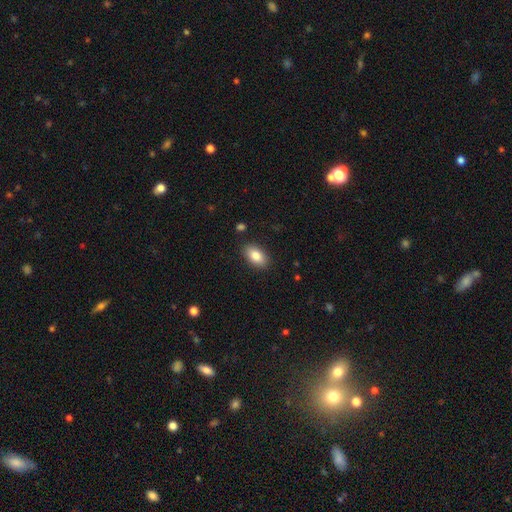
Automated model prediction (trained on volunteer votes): A smooth galaxy with no disk features (84%) that is in between round and cigar-shaped (92%).

Vote fractions:
- Smooth or featured? smooth: 84% / featured or disk: 8% / star or artifact: 7%
- How rounded? in between: 92% / round: 5% / cigar-shaped: 3%
- Merging? none: 88% / minor disturbance: 9% / major disturbance: 2% / merger: 1%